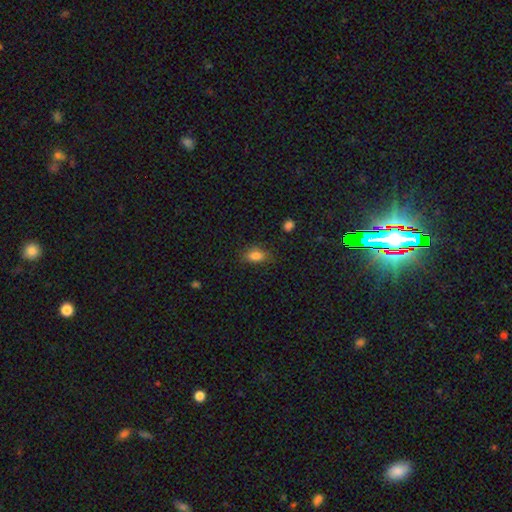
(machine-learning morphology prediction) Smooth or featured: smooth — 83% (star or artifact — 10%)
How rounded: in between — 85% (round — 11%)
Merging: none — 78% (minor disturbance — 16%)